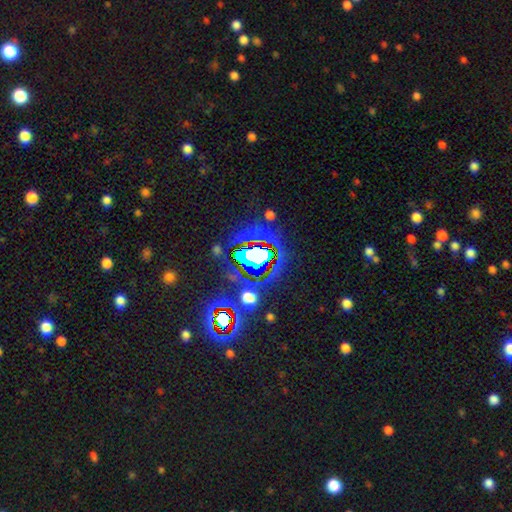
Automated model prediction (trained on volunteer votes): This appears to be a star or artifact, not a galaxy (64%).